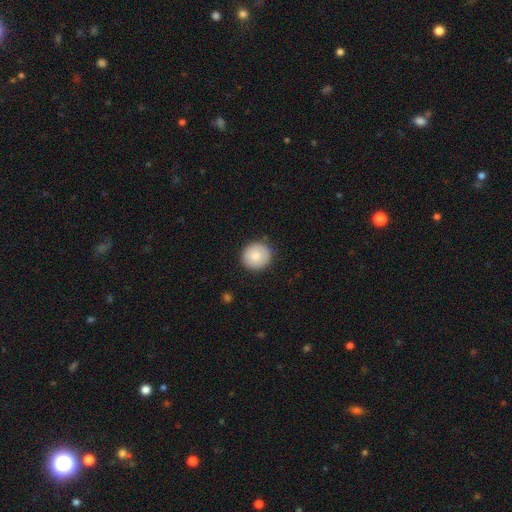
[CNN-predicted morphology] smooth_or_featured: smooth (p=0.82) [alt: featured or disk p=0.11]
how_rounded: round (p=0.90) [alt: in between p=0.09]
merging: none (p=0.87) [alt: minor disturbance p=0.09]